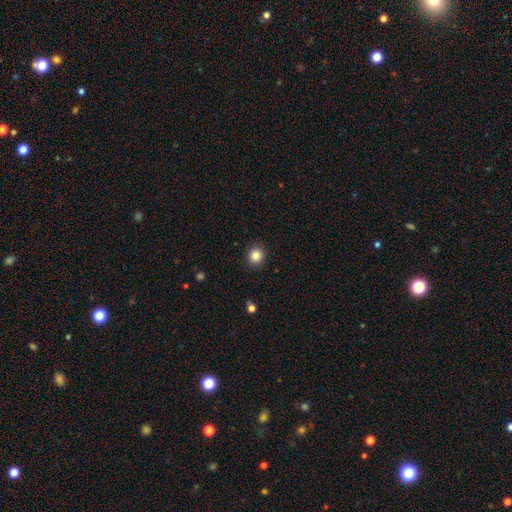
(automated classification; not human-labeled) Morphology: type=smooth (85%); roundness=round (90%); merging=none (92%).